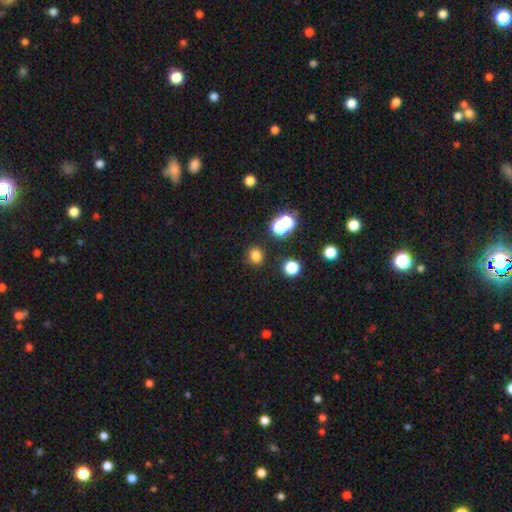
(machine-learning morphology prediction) This is likely a smooth galaxy (77%). How rounded: likely round (70%). Merging: clearly none (84%).